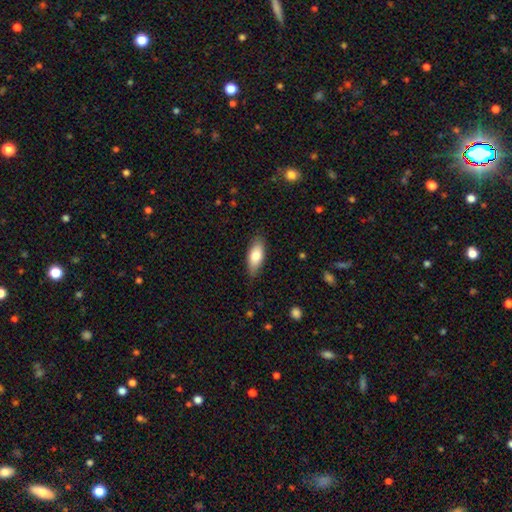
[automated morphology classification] This is likely a smooth galaxy (79%). How rounded: clearly in between (81%). Merging: clearly none (82%).